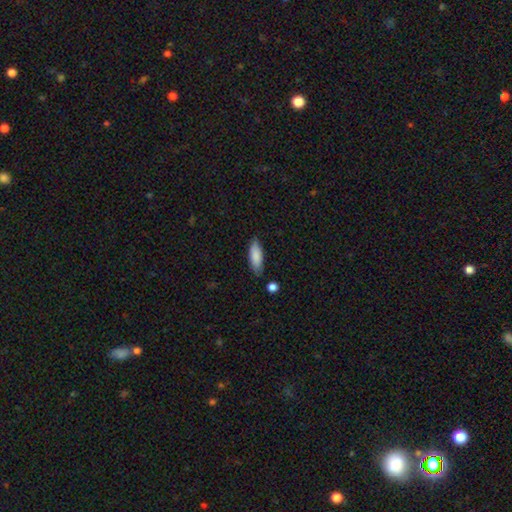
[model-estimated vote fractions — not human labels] smooth-or-featured: smooth: 86% | featured or disk: 8% | star or artifact: 6%
  how-rounded: in between: 70% | cigar-shaped: 28% | round: 2%
  merging: none: 79% | minor disturbance: 15% | merger: 3% | major disturbance: 3%